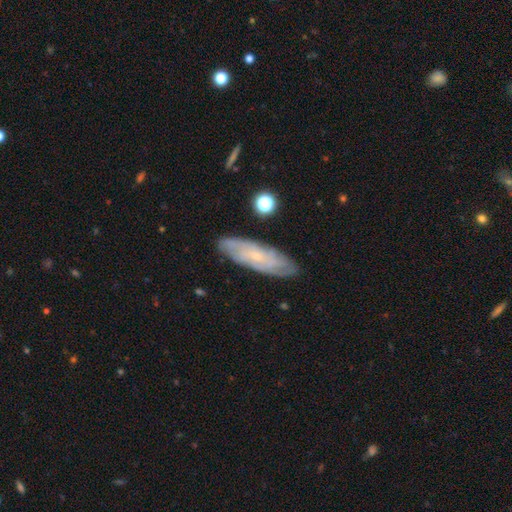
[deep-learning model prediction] smooth_or_featured: featured or disk (p=0.68) [alt: smooth p=0.24]
disk_edge_on: no (p=0.80) [alt: yes p=0.20]
bar: no (p=0.73) [alt: weak p=0.22]
has_spiral_arms: yes (p=0.88) [alt: no p=0.12]
bulge_size: small (p=0.79) [alt: moderate p=0.14]
merging: none (p=0.83) [alt: minor disturbance p=0.13]